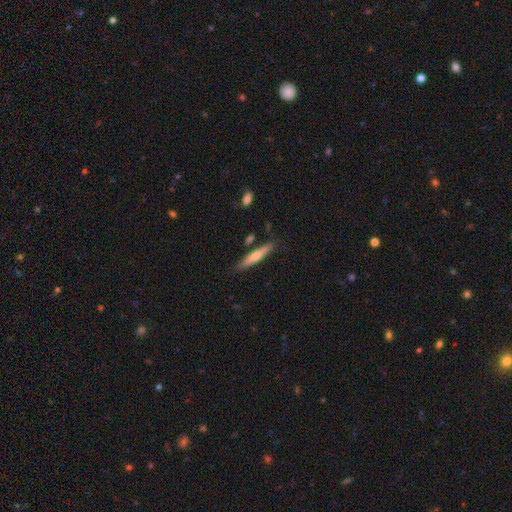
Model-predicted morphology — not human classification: type=smooth (61%); roundness=cigar-shaped (92%); merging=none (82%).